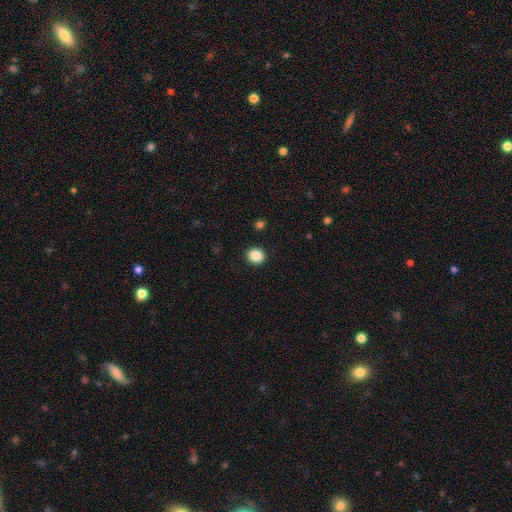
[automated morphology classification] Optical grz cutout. It shows a smooth galaxy with no disk features (87%) that is round (76%). Merging: none (92%).